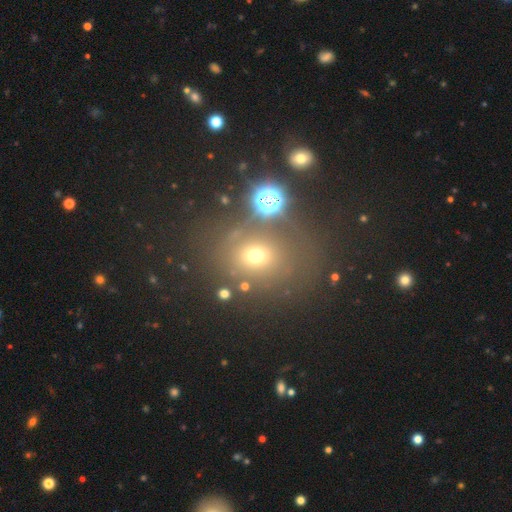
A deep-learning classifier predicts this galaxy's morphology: Q: Smooth or featured?
A: smooth (59%); runner-up: star or artifact (25%)
Q: How rounded?
A: round (64%); runner-up: in between (35%)
Q: Merging?
A: none (67%); runner-up: minor disturbance (14%)